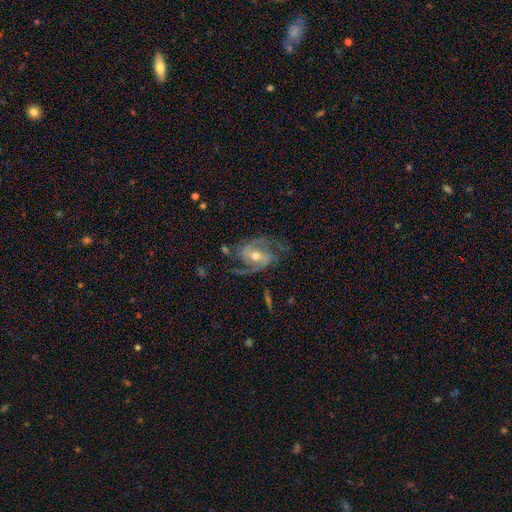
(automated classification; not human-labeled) Q: Smooth or featured?
A: featured or disk (89%); runner-up: smooth (6%)
Q: Edge-on disk?
A: no (97%); runner-up: yes (3%)
Q: Bar?
A: weak (43%); runner-up: no (29%)
Q: Spiral arms?
A: yes (97%); runner-up: no (3%)
Q: Spiral winding?
A: medium (56%); runner-up: loose (23%)
Q: Spiral arm count?
A: 2 (88%); runner-up: 3 (4%)
Q: Bulge size?
A: moderate (69%); runner-up: small (25%)
Q: Merging?
A: none (72%); runner-up: minor disturbance (16%)